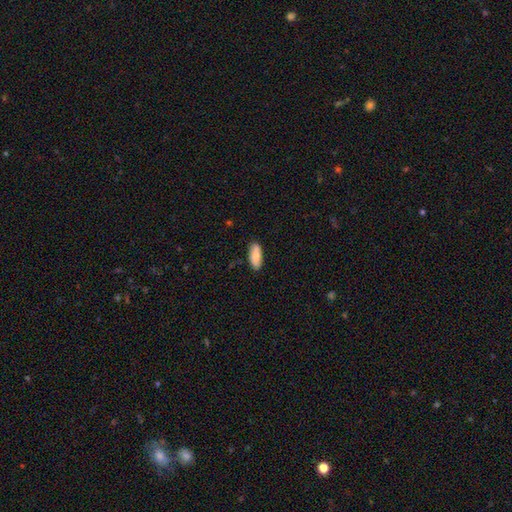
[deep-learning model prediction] Morphology: type=smooth (80%); roundness=in between (74%); merging=none (84%).